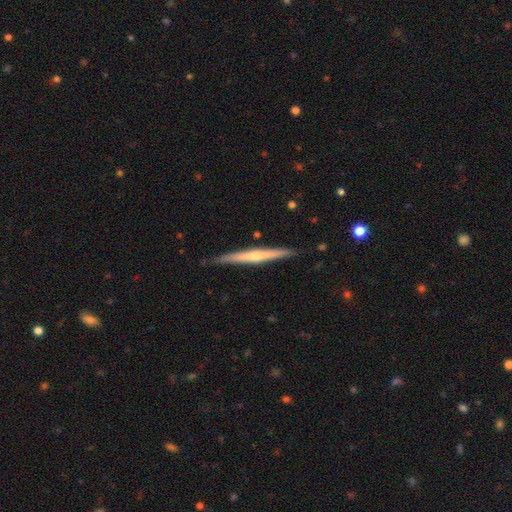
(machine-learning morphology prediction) Overall: featured or disk (65%; smooth 30%). Edge-on disk: yes (98%). Edge-on bulge: rounded (64%; none 32%). Merging: none (87%).